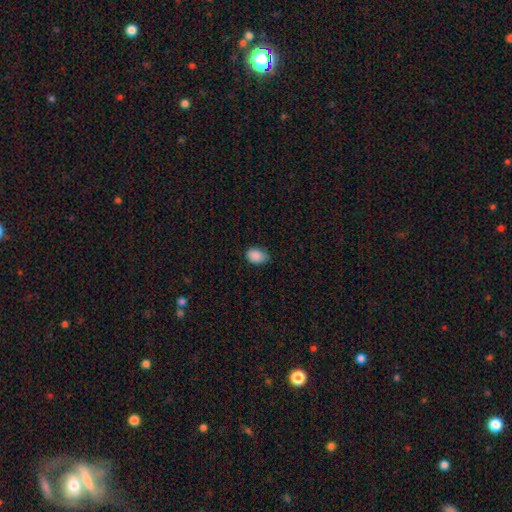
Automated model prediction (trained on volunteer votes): smooth 89%, star or artifact 8%, featured or disk 3%. Down the decision tree: how rounded — in between (84%); merging — none (74%).